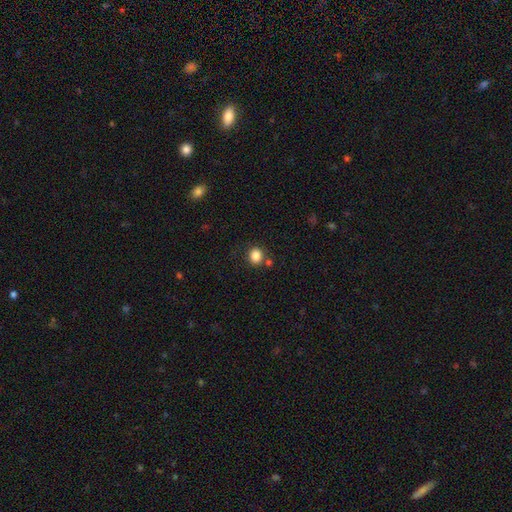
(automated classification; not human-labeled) This appears to be a smooth galaxy with no disk features (85%) that is round (84%). Merging: none (79%).